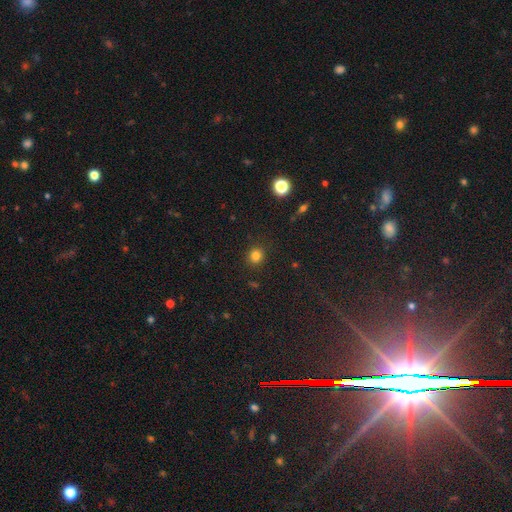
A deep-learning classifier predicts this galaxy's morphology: type=smooth (81%); roundness=round (87%); merging=none (89%).